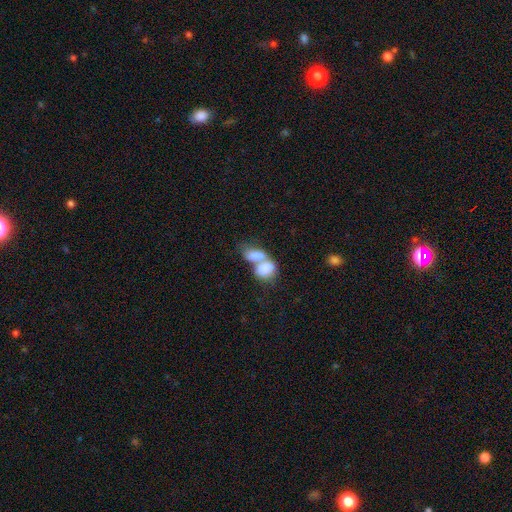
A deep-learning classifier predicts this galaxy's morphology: smooth 77%, featured or disk 16%, star or artifact 7%. Down the decision tree: how rounded — in between (84%); merging — merger (79%).